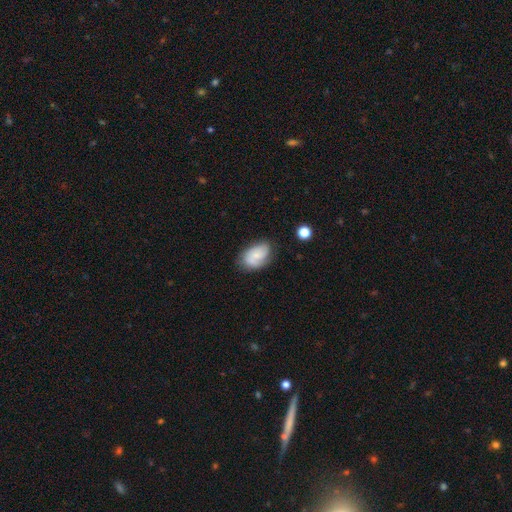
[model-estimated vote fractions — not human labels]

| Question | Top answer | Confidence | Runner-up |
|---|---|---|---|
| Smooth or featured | smooth | 46% | tied: featured or disk (46%) |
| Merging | none | 68% | minor disturbance (23%) |